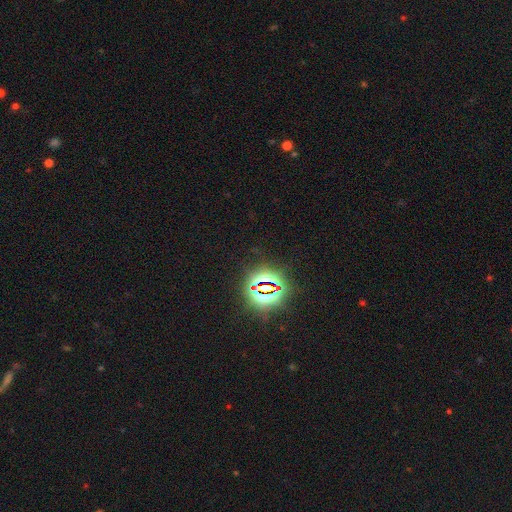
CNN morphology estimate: Smooth or featured? Predicted: star or artifact (p=0.82).